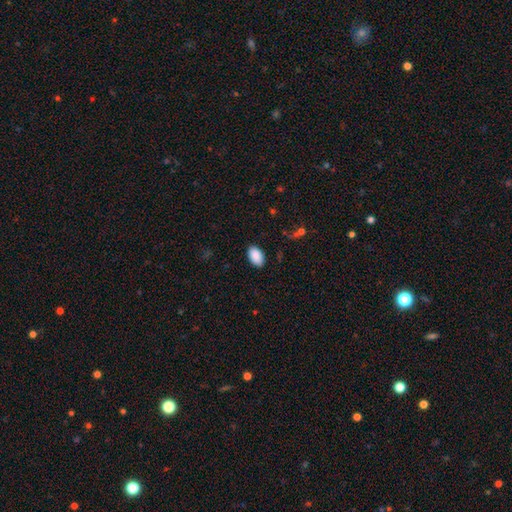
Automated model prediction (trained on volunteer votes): Overall: smooth (89%). How rounded: in between (94%). Merging: none (88%).